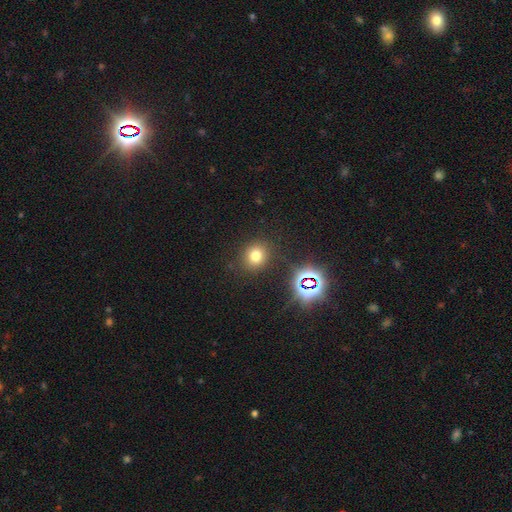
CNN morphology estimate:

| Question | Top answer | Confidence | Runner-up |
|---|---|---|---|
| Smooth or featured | smooth | 70% | star or artifact (22%) |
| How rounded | round | 76% | in between (23%) |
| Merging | none | 85% | minor disturbance (9%) |